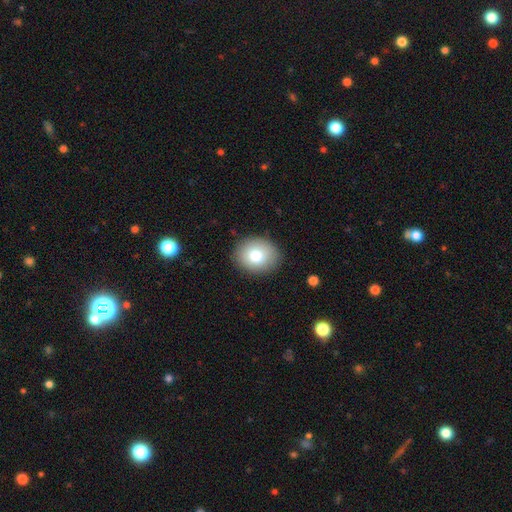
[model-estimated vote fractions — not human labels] This appears to be a smooth galaxy with no disk features (80%) that is round (56%). Merging: none (88%).